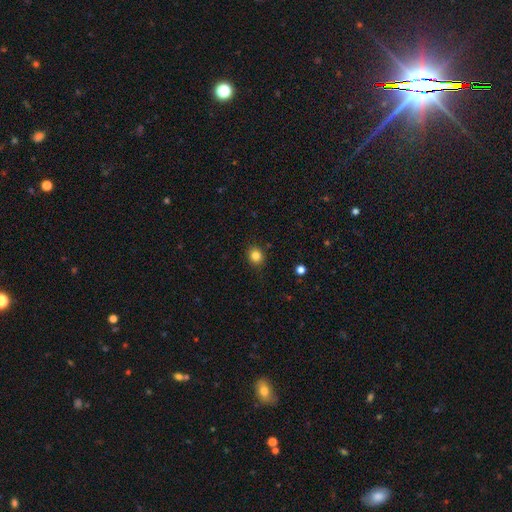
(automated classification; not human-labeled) smooth-or-featured: smooth: 84% | star or artifact: 11% | featured or disk: 5%
  how-rounded: round: 72% | in between: 27% | cigar-shaped: 1%
  merging: none: 88% | minor disturbance: 9% | major disturbance: 2% | merger: 1%